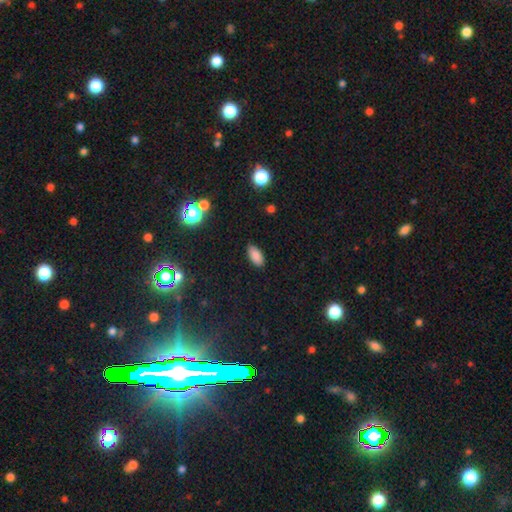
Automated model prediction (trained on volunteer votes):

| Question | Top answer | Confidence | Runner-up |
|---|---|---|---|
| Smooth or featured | smooth | 85% | star or artifact (11%) |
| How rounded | in between | 92% | cigar-shaped (6%) |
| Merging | none | 84% | minor disturbance (12%) |